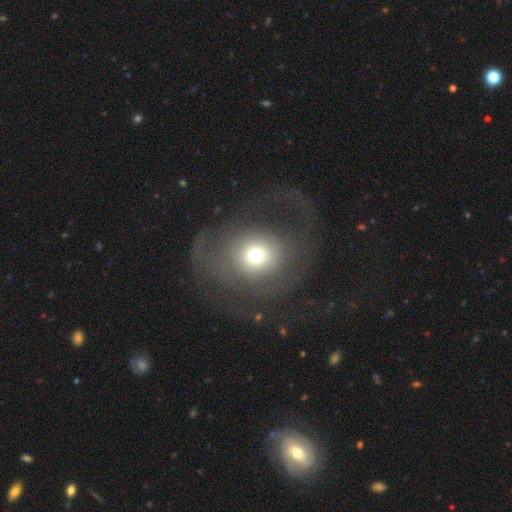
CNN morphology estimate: Q: Smooth or featured?
A: smooth (60%); runner-up: featured or disk (26%)
Q: How rounded?
A: round (87%); runner-up: in between (12%)
Q: Merging?
A: none (51%); runner-up: major disturbance (35%)